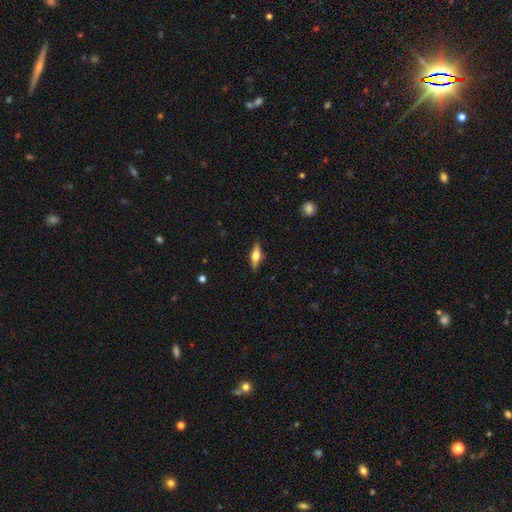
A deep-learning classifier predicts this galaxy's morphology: featured or disk 55%, smooth 39%, star or artifact 7%. Down the decision tree: edge-on disk — yes (94%); edge-on bulge — rounded (92%); merging — none (87%).